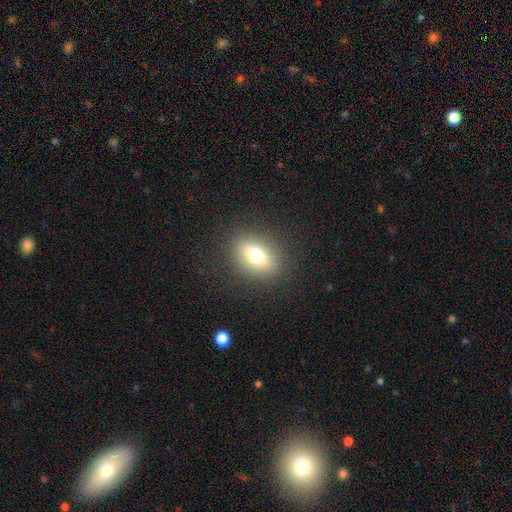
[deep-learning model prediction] This is likely a smooth galaxy (69%). How rounded: likely in between (67%). Merging: clearly none (86%).